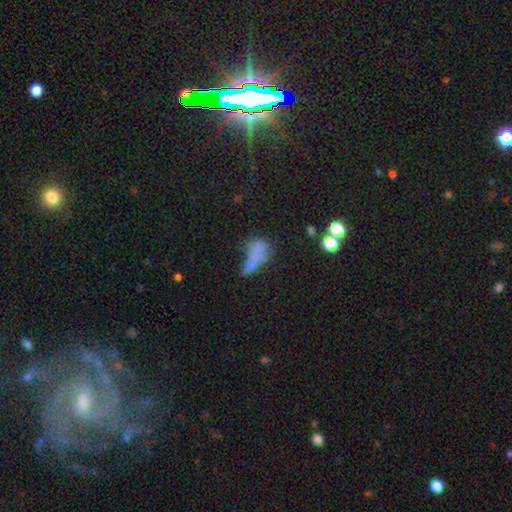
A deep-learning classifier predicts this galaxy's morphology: This appears to be a smooth galaxy with no disk features (56%) that is in between round and cigar-shaped (66%). Merging: major disturbance (33%).